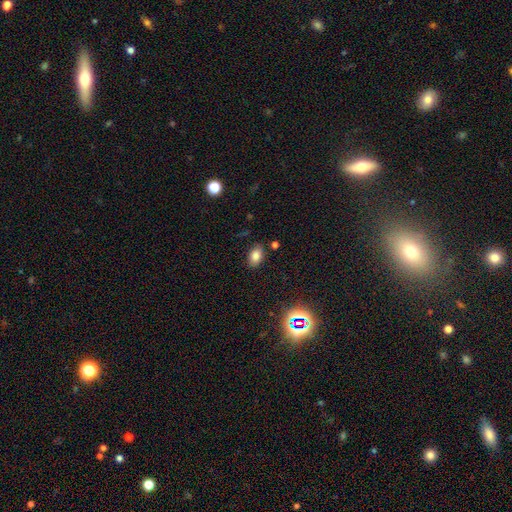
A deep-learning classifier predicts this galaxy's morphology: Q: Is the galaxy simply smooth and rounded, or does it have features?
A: smooth — 79%.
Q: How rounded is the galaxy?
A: in between — 86%.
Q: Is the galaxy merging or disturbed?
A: none — 83%.